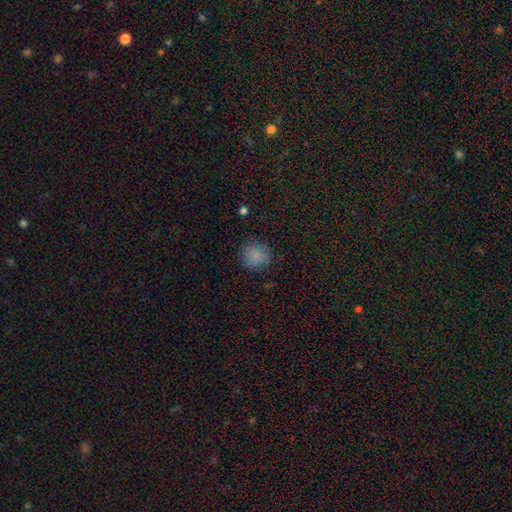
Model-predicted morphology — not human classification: smooth 82%, star or artifact 12%, featured or disk 5%. Down the decision tree: how rounded — round (91%); merging — none (84%).